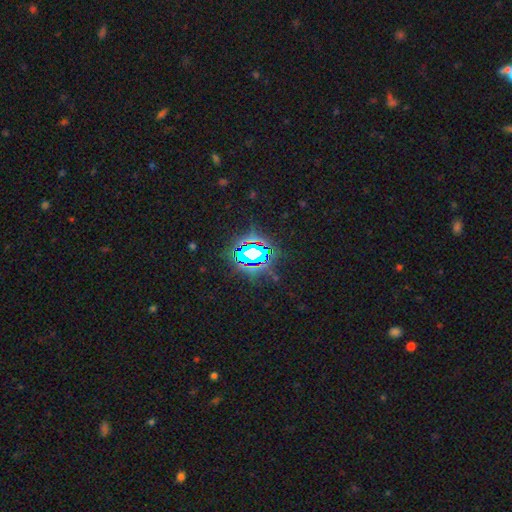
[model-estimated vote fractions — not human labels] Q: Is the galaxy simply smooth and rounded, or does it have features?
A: star or artifact — 74%.